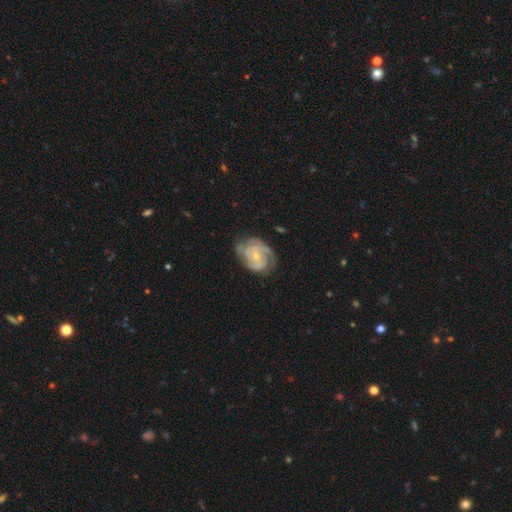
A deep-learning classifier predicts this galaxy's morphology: featured or disk 84%, smooth 12%, star or artifact 5%. Down the decision tree: edge-on disk — no (98%); bar — no (61%); spiral arms — yes (95%); spiral arm count — 2 (44%); spiral winding — tight (54%); bulge size — small (64%); merging — none (63%).